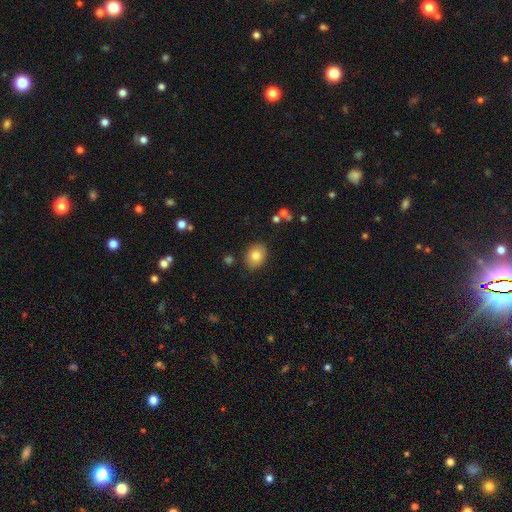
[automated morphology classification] Overall: smooth (81%). How rounded: in between (56%; round 43%). Merging: none (85%).